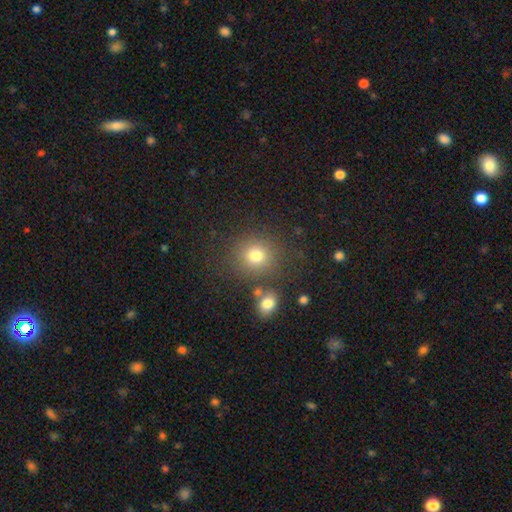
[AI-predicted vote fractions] Overall: smooth (76%). How rounded: round (82%). Merging: none (77%).